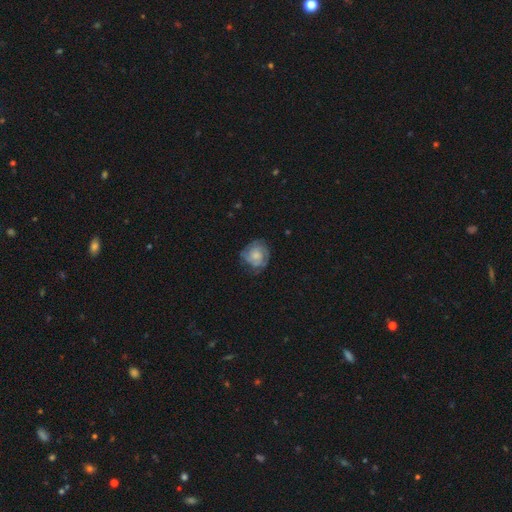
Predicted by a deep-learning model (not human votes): Q: Smooth or featured?
A: featured or disk (51%); runner-up: smooth (41%)
Q: Edge-on disk?
A: no (97%); runner-up: yes (3%)
Q: Bar?
A: no (79%); runner-up: weak (18%)
Q: Spiral arms?
A: yes (75%); runner-up: no (25%)
Q: Bulge size?
A: small (40%); runner-up: moderate (39%)
Q: Merging?
A: none (63%); runner-up: minor disturbance (25%)